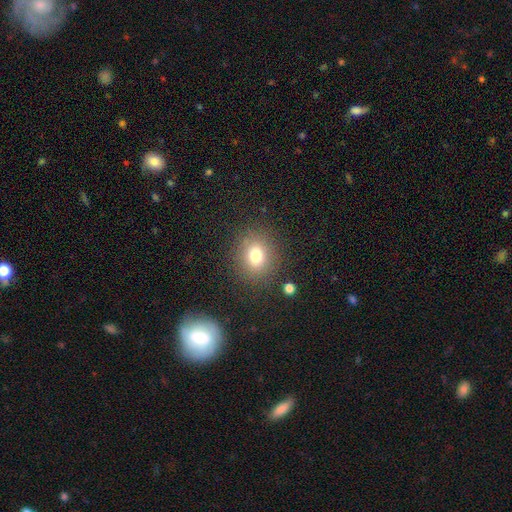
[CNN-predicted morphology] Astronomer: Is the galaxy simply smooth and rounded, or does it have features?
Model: smooth — 76%.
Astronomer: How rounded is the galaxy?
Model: round — 68%.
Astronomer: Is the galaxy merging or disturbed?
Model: none — 84%.